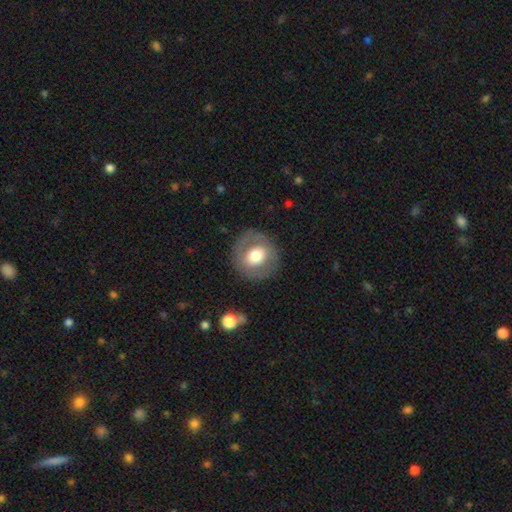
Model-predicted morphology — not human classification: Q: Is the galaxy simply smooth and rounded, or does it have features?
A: smooth — 58%.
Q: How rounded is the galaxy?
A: round — 85%.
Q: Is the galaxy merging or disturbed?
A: none — 84%.